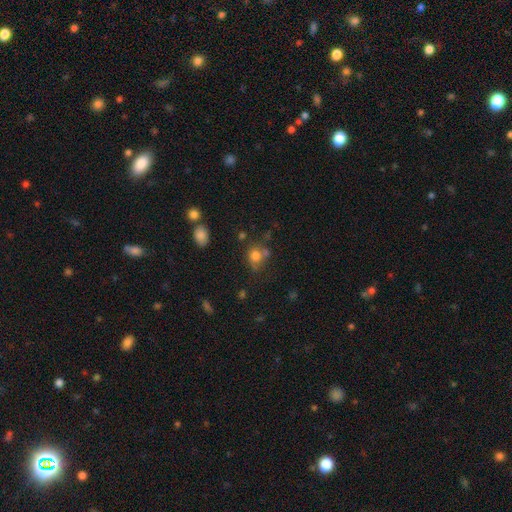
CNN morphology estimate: This appears to be a smooth galaxy with no disk features (77%) that is round (71%). Merging: none (54%).